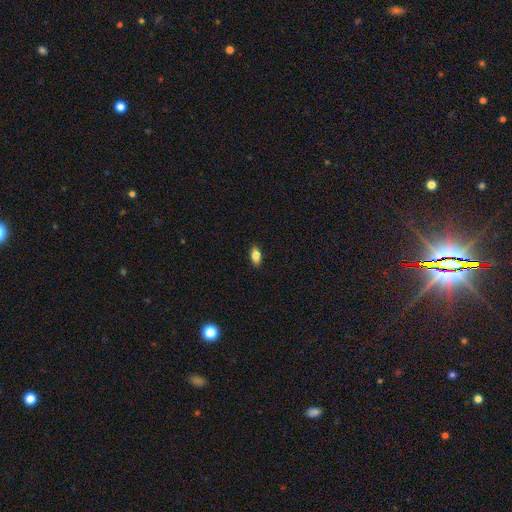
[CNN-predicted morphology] smooth_or_featured: smooth (p=0.82) [alt: featured or disk p=0.10]
how_rounded: in between (p=0.88) [alt: cigar-shaped p=0.08]
merging: none (p=0.88) [alt: minor disturbance p=0.09]